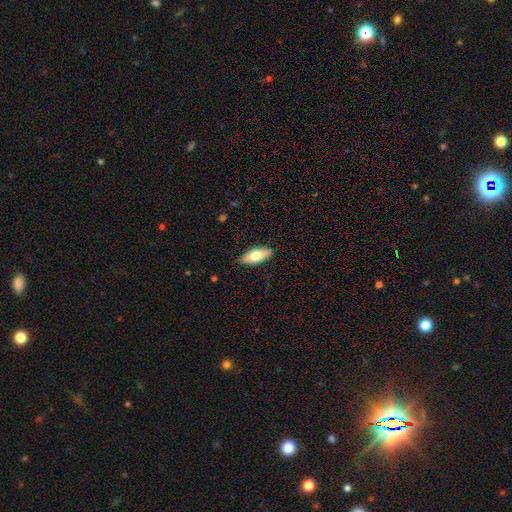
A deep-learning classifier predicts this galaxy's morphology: Smooth or featured?
  - smooth: 72% *
  - featured or disk: 22%
  - star or artifact: 6%
How rounded?
  - in between: 84% *
  - cigar-shaped: 13%
  - round: 3%
Merging?
  - none: 88% *
  - minor disturbance: 9%
  - major disturbance: 2%
  - merger: 1%